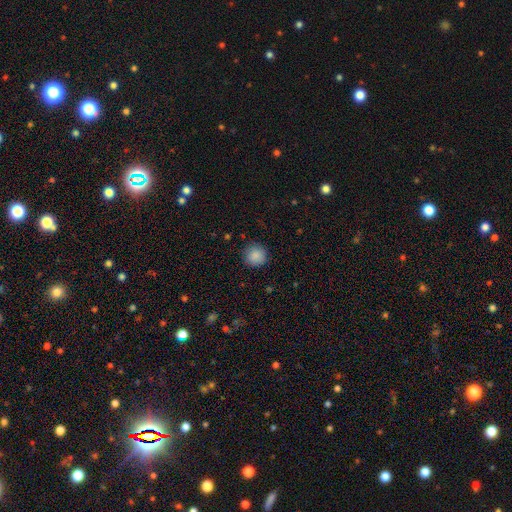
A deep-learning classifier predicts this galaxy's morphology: A smooth galaxy with no disk features (88%) that is round (94%).

Vote fractions:
- Smooth or featured? smooth: 88% / star or artifact: 9% / featured or disk: 4%
- How rounded? round: 94% / in between: 5% / cigar-shaped: 1%
- Merging? none: 89% / minor disturbance: 8% / major disturbance: 2% / merger: 1%